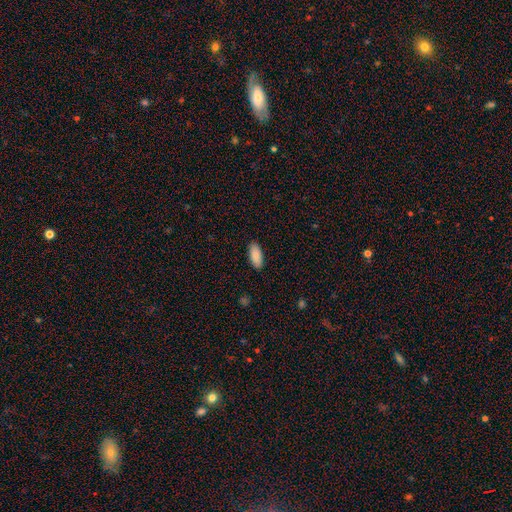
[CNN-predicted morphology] This appears to be a smooth galaxy with no disk features (90%) that is in between round and cigar-shaped (85%). Merging: none (89%).